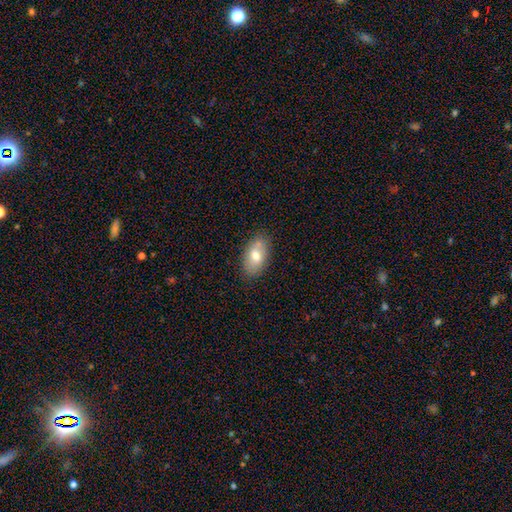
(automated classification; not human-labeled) Overall: smooth (71%). How rounded: in between (92%). Merging: none (75%).